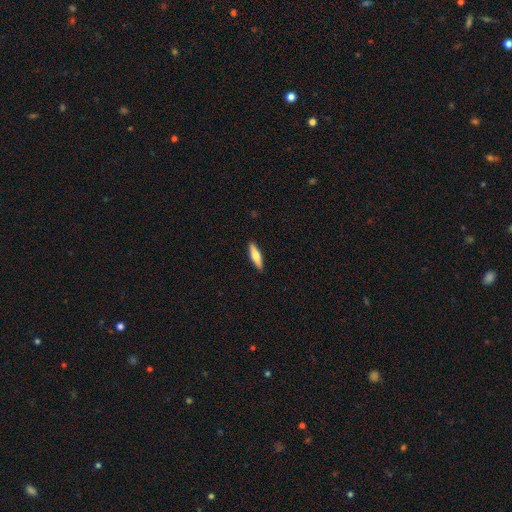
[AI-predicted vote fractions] smooth_or_featured: smooth (p=0.70) [alt: featured or disk p=0.25]
how_rounded: cigar-shaped (p=0.67) [alt: in between p=0.31]
merging: none (p=0.90) [alt: minor disturbance p=0.07]